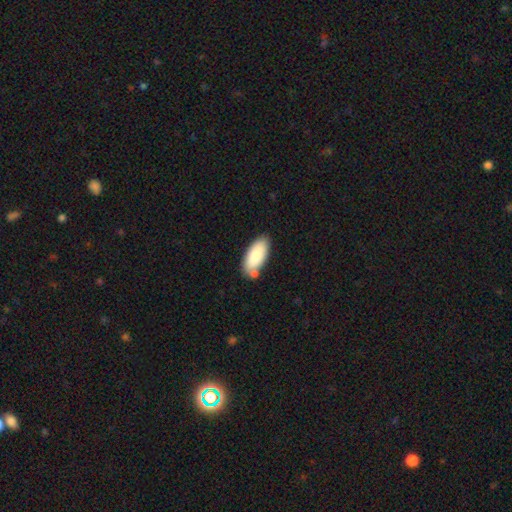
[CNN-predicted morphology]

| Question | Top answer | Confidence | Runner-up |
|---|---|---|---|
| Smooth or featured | smooth | 83% | featured or disk (11%) |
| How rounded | in between | 89% | cigar-shaped (9%) |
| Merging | none | 67% | minor disturbance (16%) |